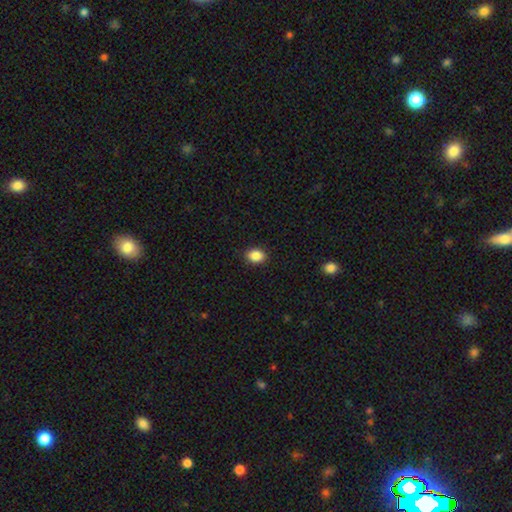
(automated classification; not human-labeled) This appears to be a smooth galaxy with no disk features (88%) that is in between round and cigar-shaped (67%). Merging: none (90%).